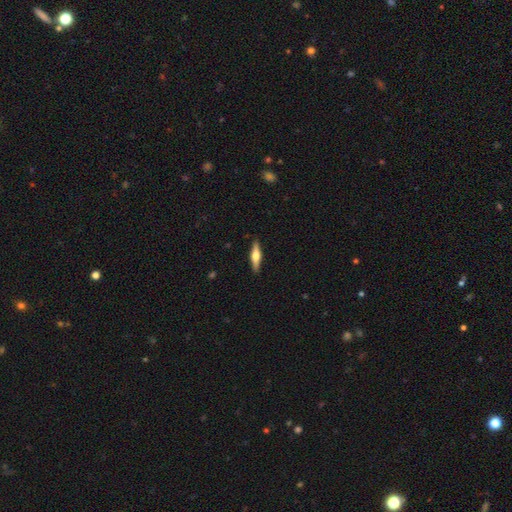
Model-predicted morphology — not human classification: This is likely a featured or disk galaxy (60%). It is clearly viewed edge-on (97%). Edge-on bulge: clearly rounded (92%). Merging: clearly none (90%).